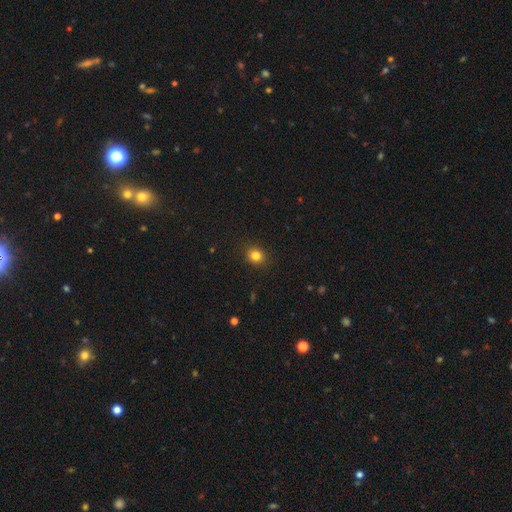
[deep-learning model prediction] This appears to be a smooth galaxy with no disk features (82%) that is round (78%). Merging: none (90%).